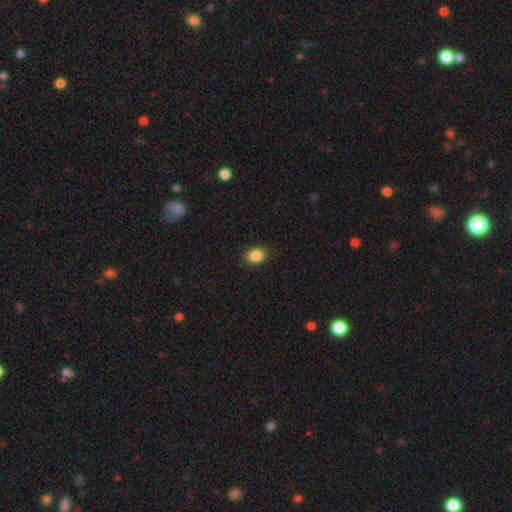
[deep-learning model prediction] Overall: smooth (87%). How rounded: in between (63%; round 36%). Merging: none (87%).